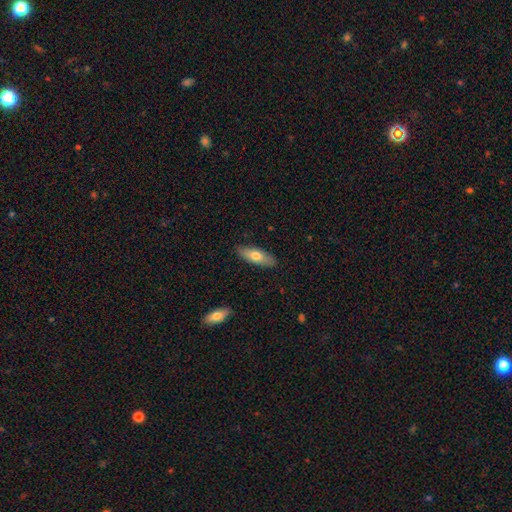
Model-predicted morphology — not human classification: smooth 69%, featured or disk 25%, star or artifact 6%. Down the decision tree: how rounded — in between (62%); merging — none (87%).